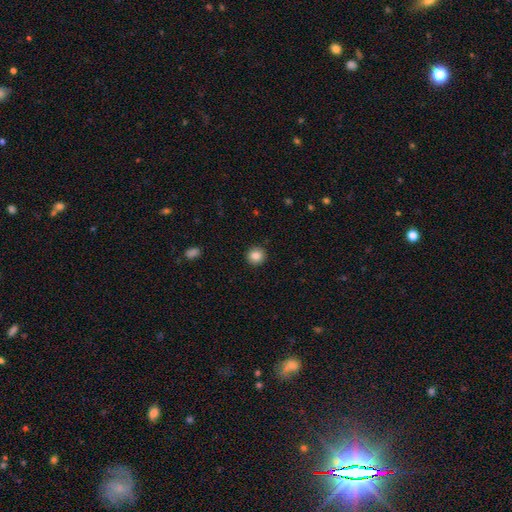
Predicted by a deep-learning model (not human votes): A smooth galaxy with no disk features (85%) that is round (93%).

Vote fractions:
- Smooth or featured? smooth: 85% / star or artifact: 10% / featured or disk: 5%
- How rounded? round: 93% / in between: 6% / cigar-shaped: 1%
- Merging? none: 92% / minor disturbance: 5% / major disturbance: 2% / merger: 1%